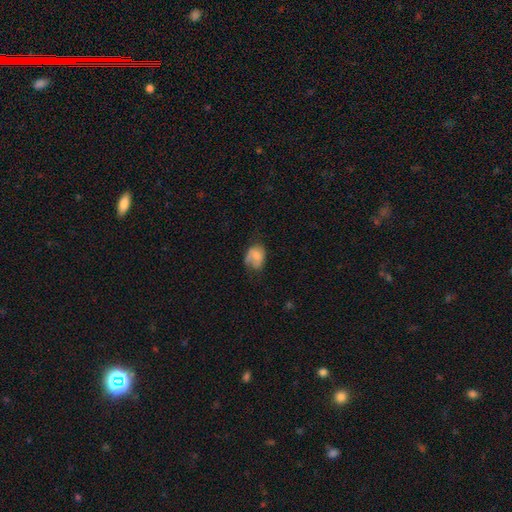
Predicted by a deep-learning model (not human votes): Overall: smooth (67%). How rounded: in between (67%; round 31%). Merging: none (40%; minor disturbance 34%).